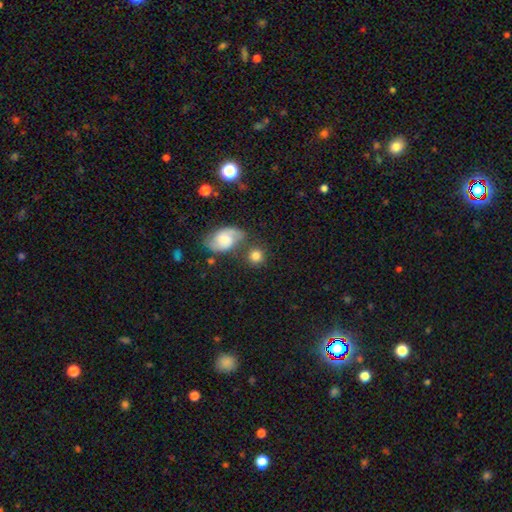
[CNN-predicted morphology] Overall: smooth (77%). How rounded: round (83%). Merging: none (66%).